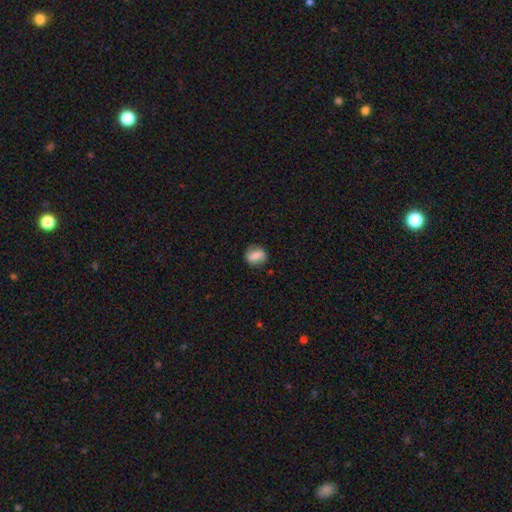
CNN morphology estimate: smooth 62%, featured or disk 29%, star or artifact 9%. Down the decision tree: how rounded — round (54%); merging — none (77%).